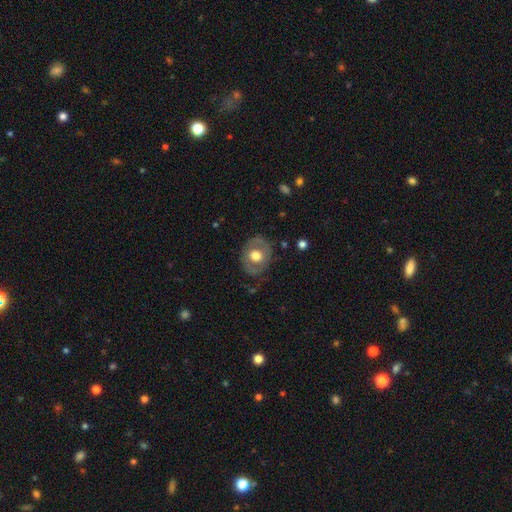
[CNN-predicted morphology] Q: Smooth or featured?
A: smooth (51%); runner-up: featured or disk (43%)
Q: How rounded?
A: round (61%); runner-up: in between (38%)
Q: Merging?
A: none (77%); runner-up: minor disturbance (15%)